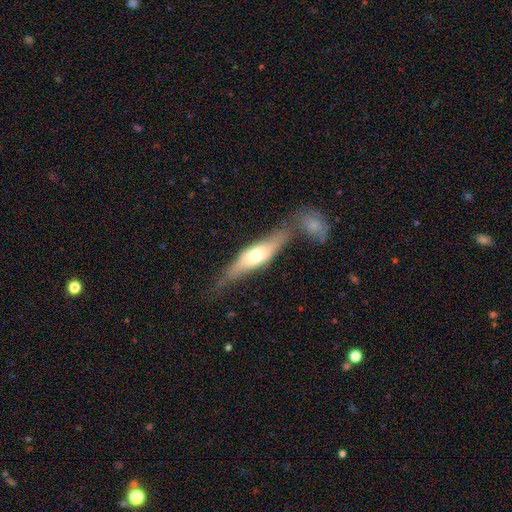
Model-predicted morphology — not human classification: A featured or disk galaxy (52%) viewed edge-on (77%).

Vote fractions:
- Smooth or featured? featured or disk: 52% / smooth: 42% / star or artifact: 6%
- Edge-on disk? yes: 77% / no: 23%
- Merging? none: 53% / merger: 21% / minor disturbance: 18% / major disturbance: 7%